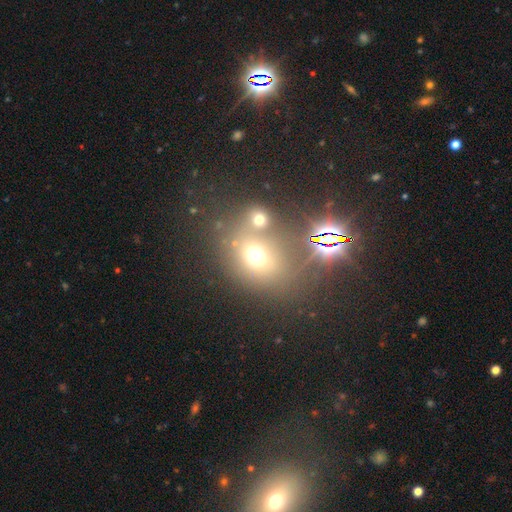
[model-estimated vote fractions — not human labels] Smooth or featured? Predicted: smooth (p=0.58). How rounded? Predicted: round (p=0.63). Merging? Predicted: none (p=0.51).